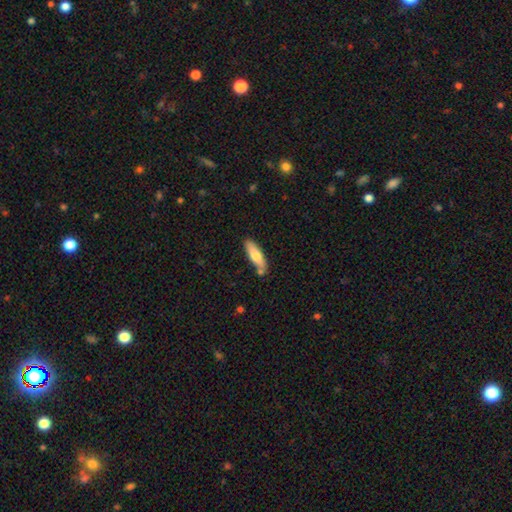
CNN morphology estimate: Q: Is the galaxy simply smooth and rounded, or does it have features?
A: smooth — 70%.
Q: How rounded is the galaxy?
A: cigar-shaped — 56%.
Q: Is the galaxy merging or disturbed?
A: none — 76%.